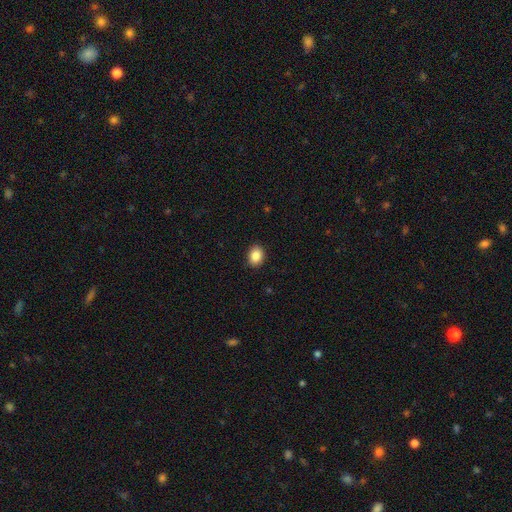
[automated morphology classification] Smooth or featured? smooth (87%)
How rounded? in between (63%)
Merging? none (90%)